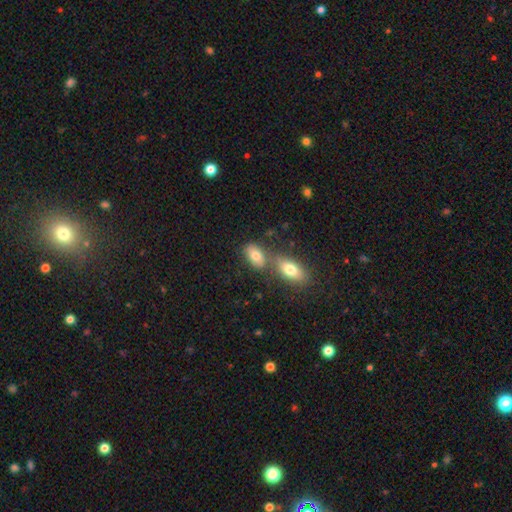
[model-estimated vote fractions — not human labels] A smooth galaxy with no disk features (78%) that is in between round and cigar-shaped (89%). Merging: none (48%).